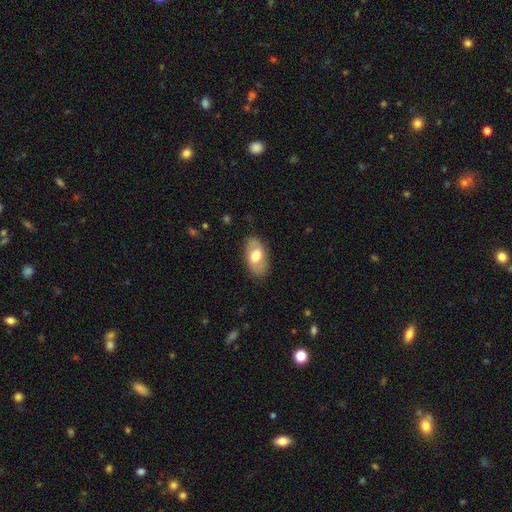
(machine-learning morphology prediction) This appears to be a smooth galaxy with no disk features (62%) that is in between round and cigar-shaped (92%). Merging: none (83%).